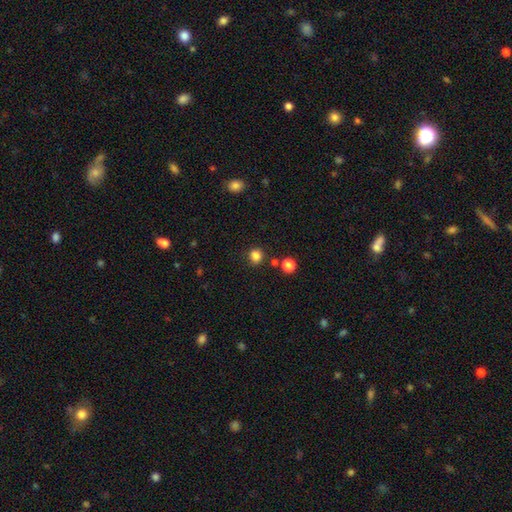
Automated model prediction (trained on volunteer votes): Morphology: type=smooth (83%); roundness=round (84%); merging=none (83%).